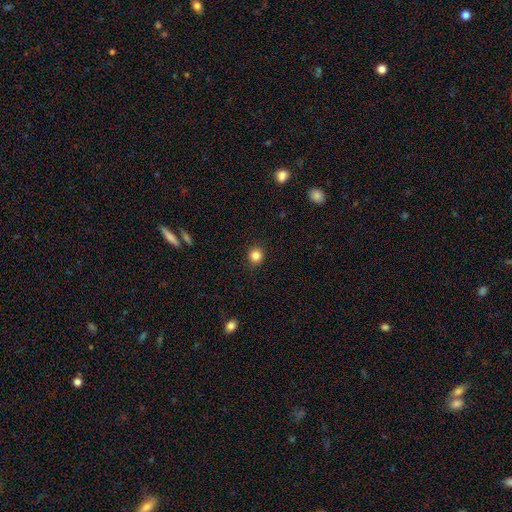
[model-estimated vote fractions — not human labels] Q: Smooth or featured?
A: smooth (85%); runner-up: star or artifact (11%)
Q: How rounded?
A: round (91%); runner-up: in between (8%)
Q: Merging?
A: none (91%); runner-up: minor disturbance (6%)